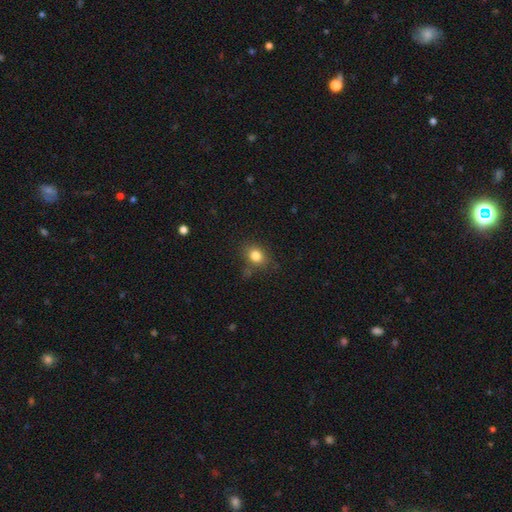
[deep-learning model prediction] Q: Smooth or featured?
A: smooth (82%); runner-up: star or artifact (11%)
Q: How rounded?
A: round (52%); runner-up: in between (47%)
Q: Merging?
A: none (73%); runner-up: minor disturbance (18%)